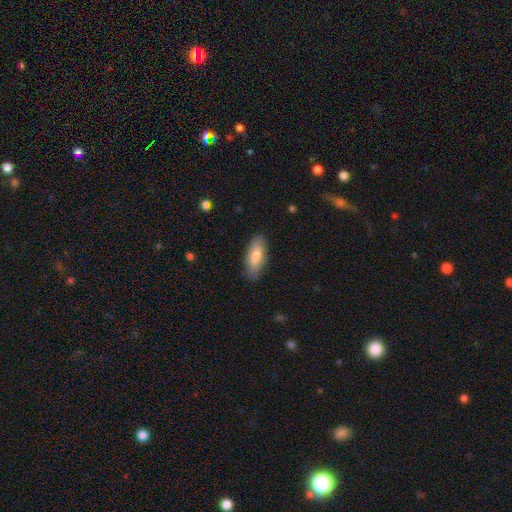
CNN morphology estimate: type=smooth (77%); roundness=in between (78%); merging=none (82%).